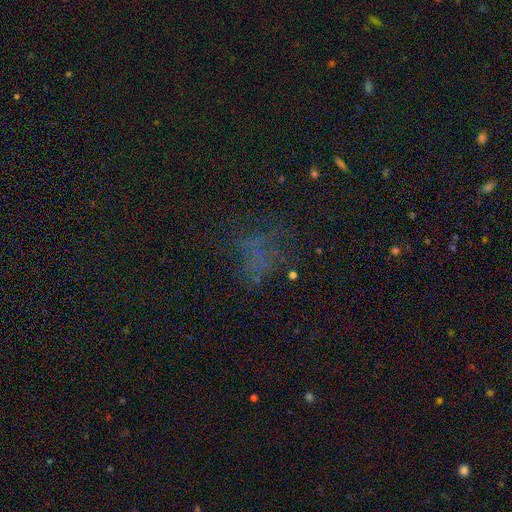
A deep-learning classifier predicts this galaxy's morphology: A star or artifact, not a galaxy (44%).